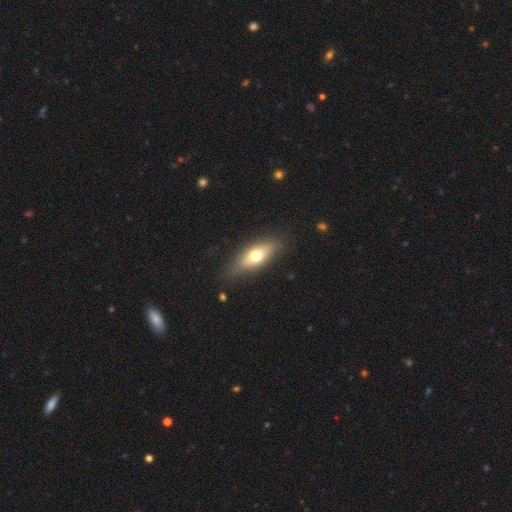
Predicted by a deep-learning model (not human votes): Smooth or featured? Predicted: smooth (p=0.64). How rounded? Predicted: in between (p=0.69). Merging? Predicted: none (p=0.80).